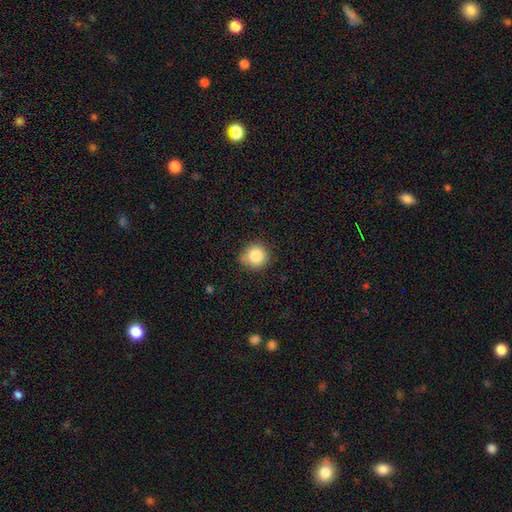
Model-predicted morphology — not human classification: The model was most divided on "merging": none: 80%, minor disturbance: 16%, major disturbance: 3%, merger: 2%. More confident: how rounded — round (91%); smooth or featured — smooth (85%).